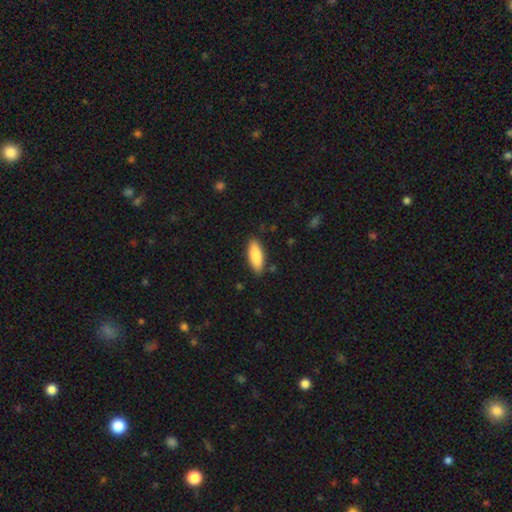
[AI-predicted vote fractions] Smooth or featured? smooth (87%)
How rounded? in between (69%)
Merging? none (86%)